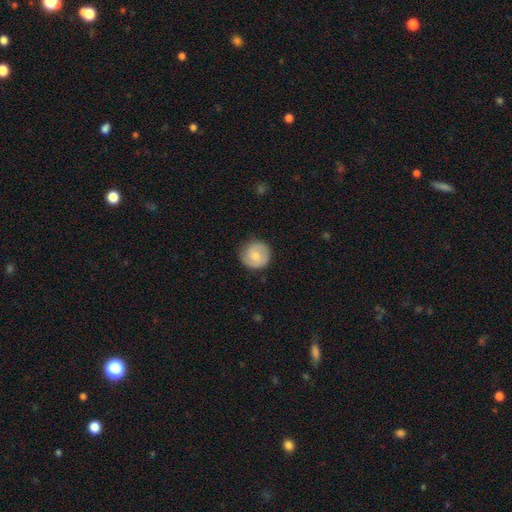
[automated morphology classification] smooth 68%, featured or disk 25%, star or artifact 6%. Down the decision tree: how rounded — round (93%); merging — none (83%).